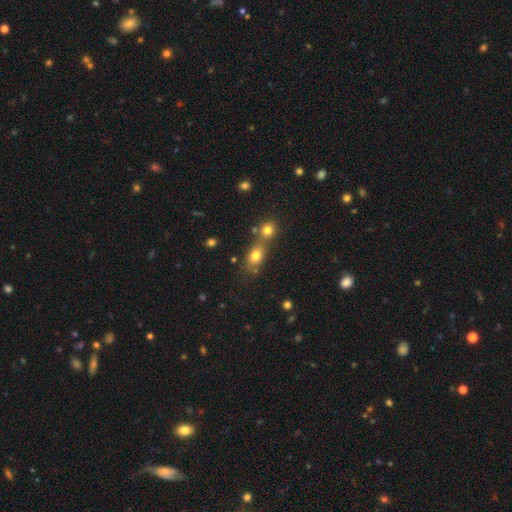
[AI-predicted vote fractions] A smooth galaxy with no disk features (75%) that is in between round and cigar-shaped (62%). Merging: merger (43%).